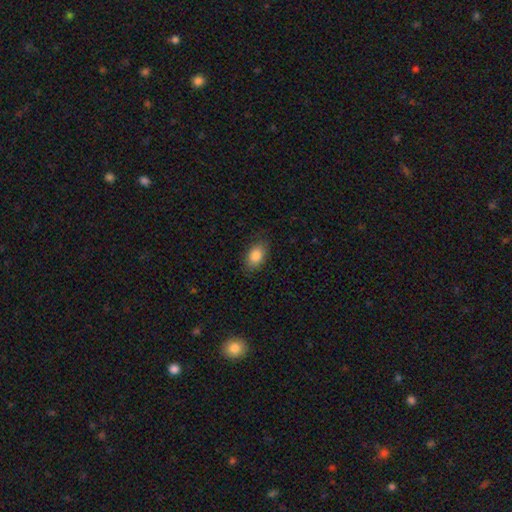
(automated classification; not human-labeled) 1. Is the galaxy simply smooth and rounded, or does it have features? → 85% smooth, 8% star or artifact, 7% featured or disk.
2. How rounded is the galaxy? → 89% in between, 9% round, 2% cigar-shaped.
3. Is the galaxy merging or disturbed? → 84% none, 12% minor disturbance, 3% major disturbance, 1% merger.